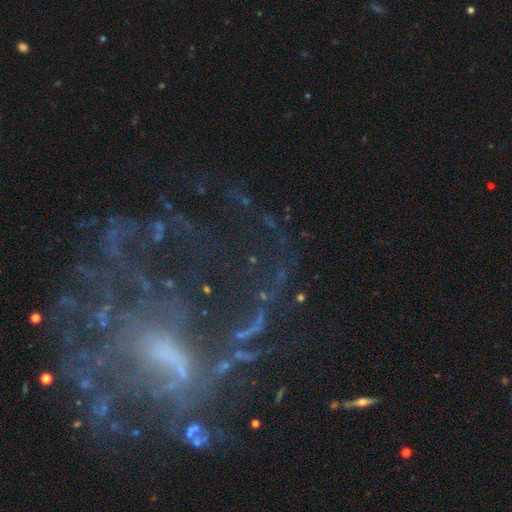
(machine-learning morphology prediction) Smooth or featured?
  - featured or disk: 68% *
  - star or artifact: 21%
  - smooth: 10%
Edge-on disk?
  - no: 96% *
  - yes: 4%
Bar?
  - no: 54% *
  - weak: 33%
  - strong: 13%
Spiral arms?
  - yes: 55% *
  - no: 45%
Bulge size?
  - small: 42% *
  - moderate: 29%
  - none: 23%
  - large: 4%
  - dominant: 2%
Merging?
  - none: 41% *
  - major disturbance: 40%
  - minor disturbance: 14%
  - merger: 5%